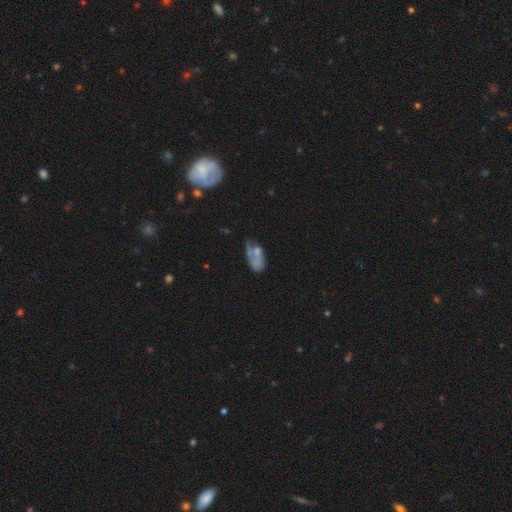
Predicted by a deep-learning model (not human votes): Q: Smooth or featured?
A: smooth (48%); runner-up: featured or disk (42%)
Q: Merging?
A: major disturbance (29%); runner-up: none (27%)